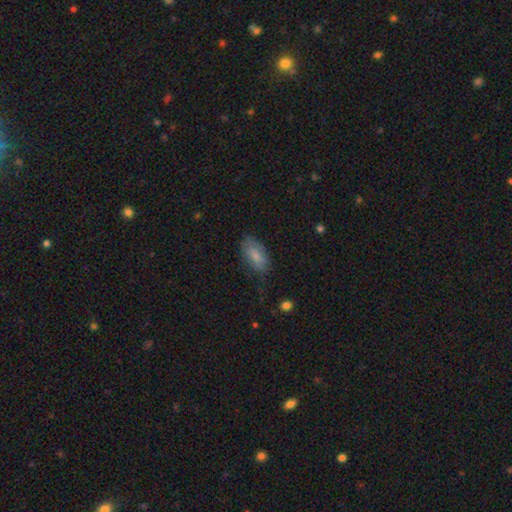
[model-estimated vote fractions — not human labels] A smooth galaxy with no disk features (72%) that is in between round and cigar-shaped (91%). Merging: none (67%).